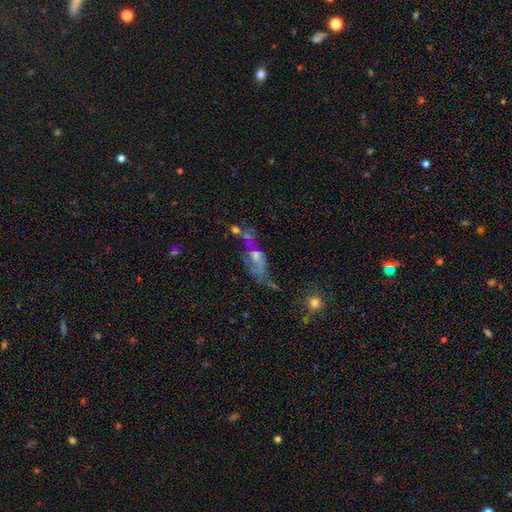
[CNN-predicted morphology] smooth_or_featured: featured or disk (p=0.60) [alt: smooth p=0.25]
disk_edge_on: no (p=0.79) [alt: yes p=0.21]
merging: none (p=0.35) [alt: major disturbance p=0.25]